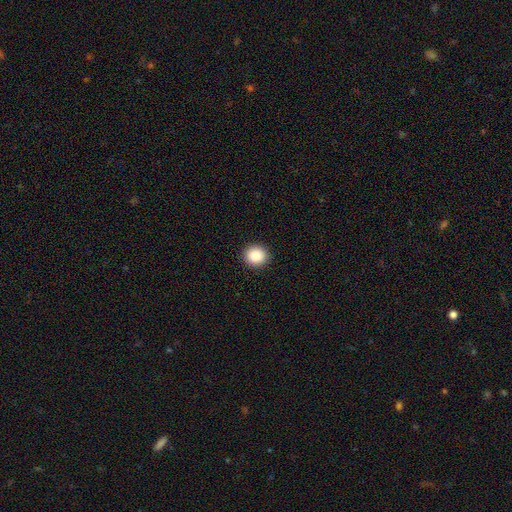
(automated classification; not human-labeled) Morphology: type=smooth (88%); roundness=round (87%); merging=none (92%).